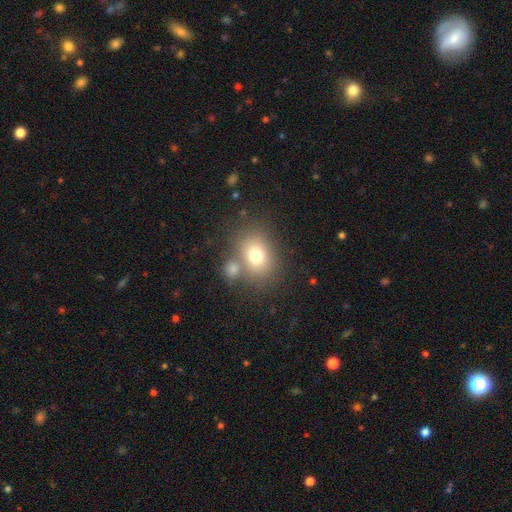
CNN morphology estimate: The model was most divided on "how rounded": in between: 58%, round: 41%, cigar-shaped: 1%. More confident: smooth or featured — smooth (74%); merging — none (59%).